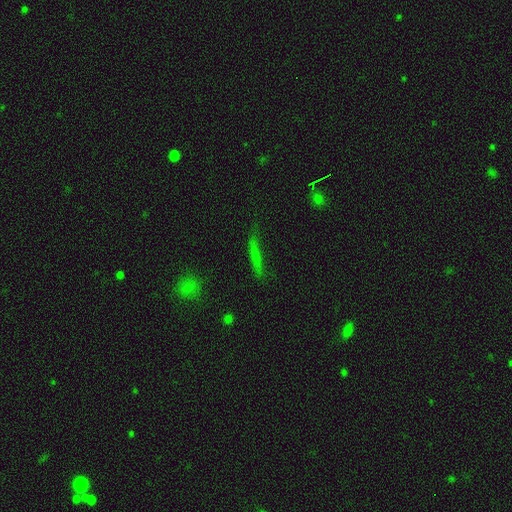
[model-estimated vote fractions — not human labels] Q: Smooth or featured?
A: smooth (57%); runner-up: featured or disk (28%)
Q: How rounded?
A: cigar-shaped (90%); runner-up: in between (6%)
Q: Merging?
A: none (78%); runner-up: minor disturbance (15%)